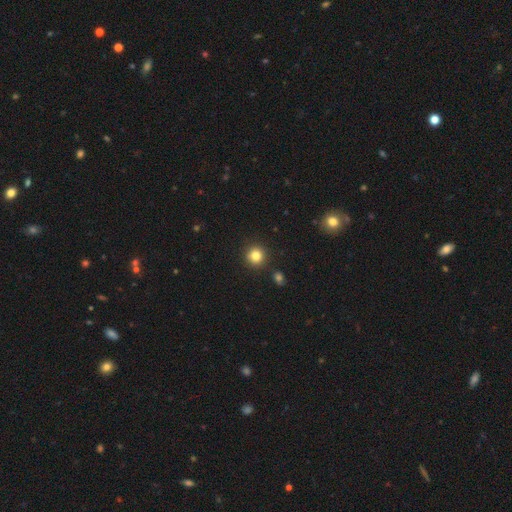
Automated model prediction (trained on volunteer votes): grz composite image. It shows a smooth galaxy with no disk features (83%) that is round (94%). Merging: none (90%).